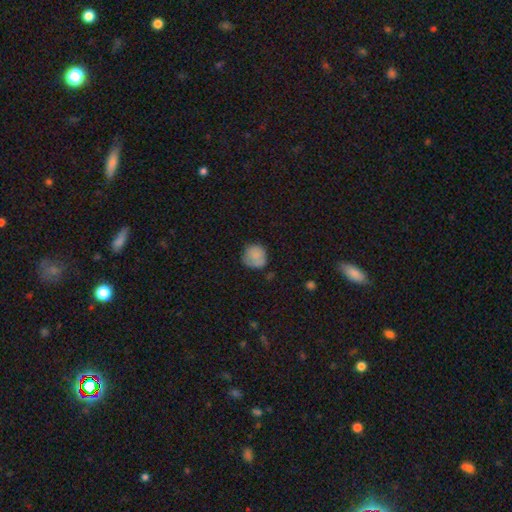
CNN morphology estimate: A smooth galaxy with no disk features (81%) that is round (87%).

Vote fractions:
- Smooth or featured? smooth: 81% / featured or disk: 10% / star or artifact: 9%
- How rounded? round: 87% / in between: 12% / cigar-shaped: 1%
- Merging? none: 62% / minor disturbance: 27% / major disturbance: 8% / merger: 3%